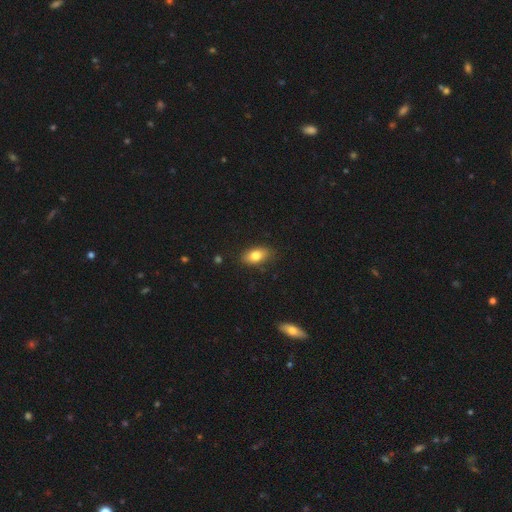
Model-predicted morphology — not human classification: smooth_or_featured: smooth (p=0.80) [alt: featured or disk p=0.13]
how_rounded: in between (p=0.88) [alt: round p=0.07]
merging: none (p=0.83) [alt: minor disturbance p=0.13]